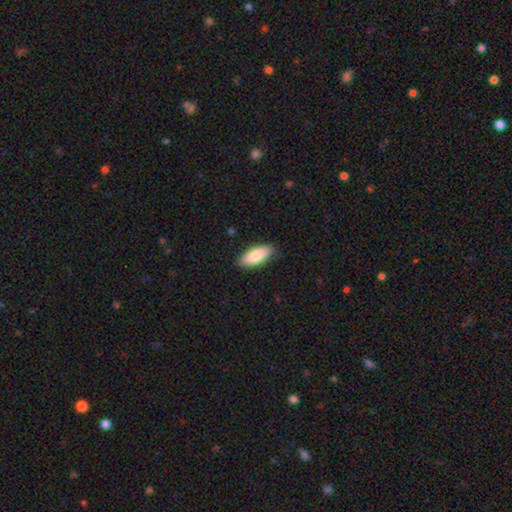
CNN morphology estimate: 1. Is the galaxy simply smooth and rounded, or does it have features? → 87% smooth, 8% featured or disk, 5% star or artifact.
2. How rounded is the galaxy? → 84% in between, 14% cigar-shaped, 2% round.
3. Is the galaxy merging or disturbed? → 84% none, 13% minor disturbance, 2% major disturbance, 1% merger.